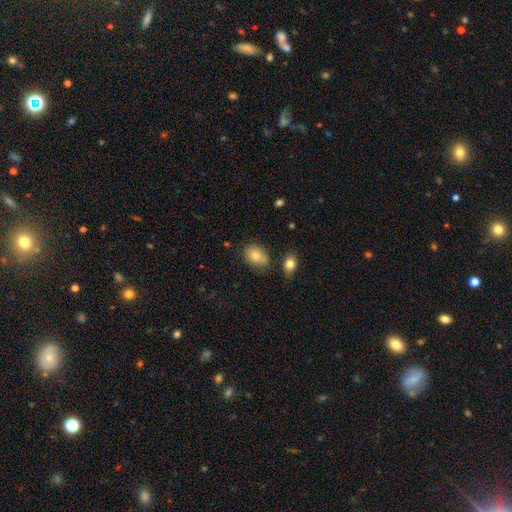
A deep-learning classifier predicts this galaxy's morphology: The model was most divided on "merging": none: 66%, minor disturbance: 21%, merger: 8%, major disturbance: 5%. More confident: smooth or featured — smooth (78%); how rounded — in between (74%).